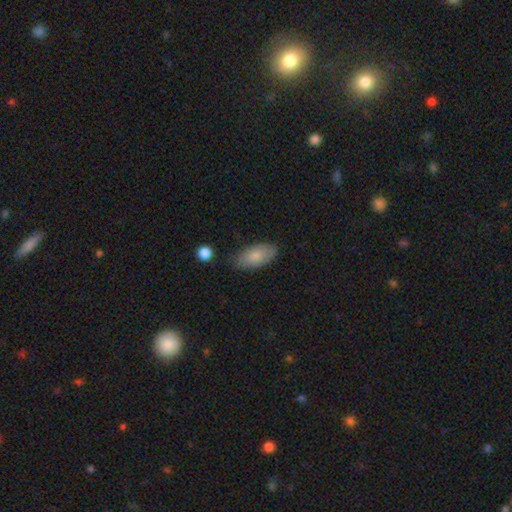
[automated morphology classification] Overall: smooth (81%). How rounded: in between (92%). Merging: none (76%).